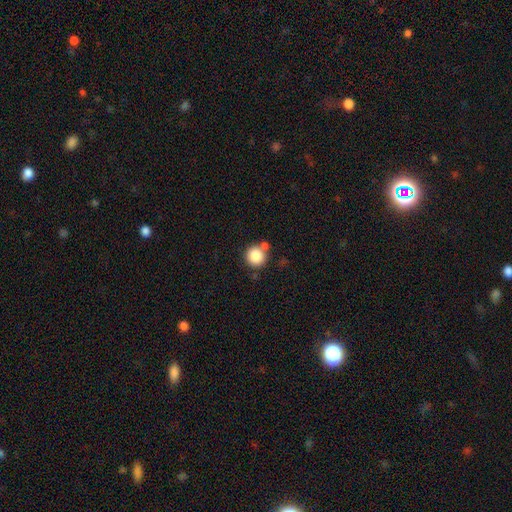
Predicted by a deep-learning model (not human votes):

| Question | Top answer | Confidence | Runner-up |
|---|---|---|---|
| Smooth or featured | smooth | 85% | star or artifact (9%) |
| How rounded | round | 94% | in between (6%) |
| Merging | none | 71% | merger (16%) |